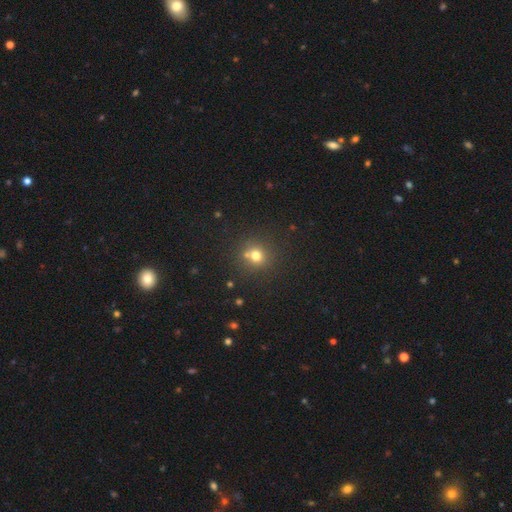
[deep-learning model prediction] Smooth or featured?
  - smooth: 71% *
  - star or artifact: 19%
  - featured or disk: 10%
How rounded?
  - round: 90% *
  - in between: 10%
  - cigar-shaped: 1%
Merging?
  - none: 69% *
  - merger: 19%
  - minor disturbance: 8%
  - major disturbance: 3%